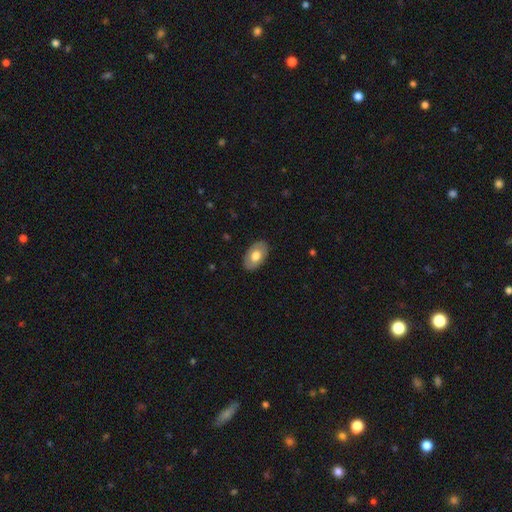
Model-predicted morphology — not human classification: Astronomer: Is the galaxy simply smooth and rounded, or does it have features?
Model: smooth — 64%.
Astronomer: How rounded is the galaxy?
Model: in between — 91%.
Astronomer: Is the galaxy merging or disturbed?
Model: none — 85%.